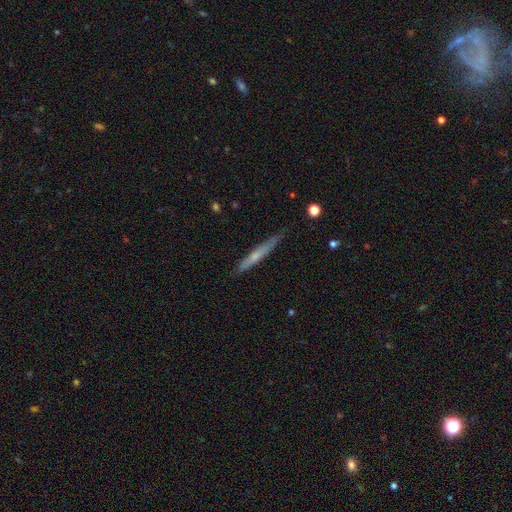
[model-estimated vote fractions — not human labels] smooth-or-featured: featured or disk: 47% (tied) | smooth: 47% (tied) | star or artifact: 6%
  merging: none: 80% | minor disturbance: 17% | major disturbance: 2% | merger: 1%